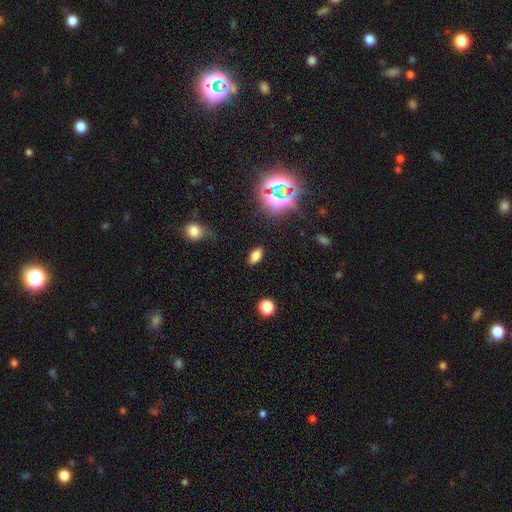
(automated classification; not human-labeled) smooth_or_featured: smooth (p=0.75) [alt: star or artifact p=0.18]
how_rounded: in between (p=0.90) [alt: round p=0.06]
merging: none (p=0.86) [alt: minor disturbance p=0.09]